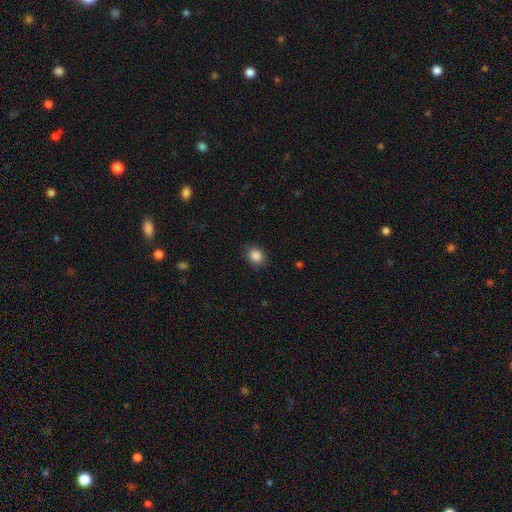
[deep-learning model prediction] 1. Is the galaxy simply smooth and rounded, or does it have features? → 87% smooth, 9% star or artifact, 3% featured or disk.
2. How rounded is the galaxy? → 64% round, 35% in between, 1% cigar-shaped.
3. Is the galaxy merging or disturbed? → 85% none, 11% minor disturbance, 3% major disturbance, 1% merger.